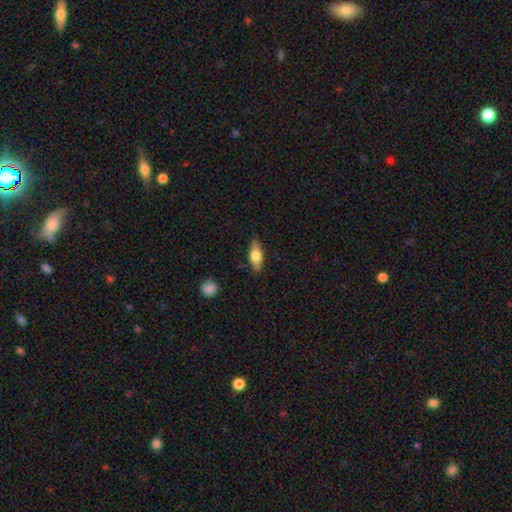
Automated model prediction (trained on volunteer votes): smooth 66%, featured or disk 28%, star or artifact 6%. Down the decision tree: how rounded — in between (71%); merging — none (84%).